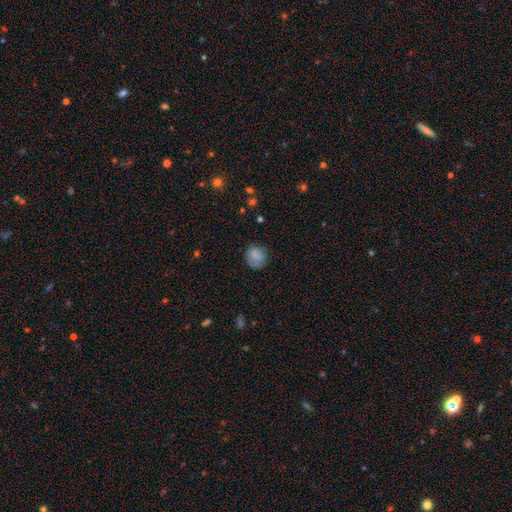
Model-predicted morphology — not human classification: smooth-or-featured: smooth: 79% | featured or disk: 11% | star or artifact: 10%
  how-rounded: round: 77% | in between: 22% | cigar-shaped: 1%
  merging: none: 73% | minor disturbance: 20% | major disturbance: 6% | merger: 1%